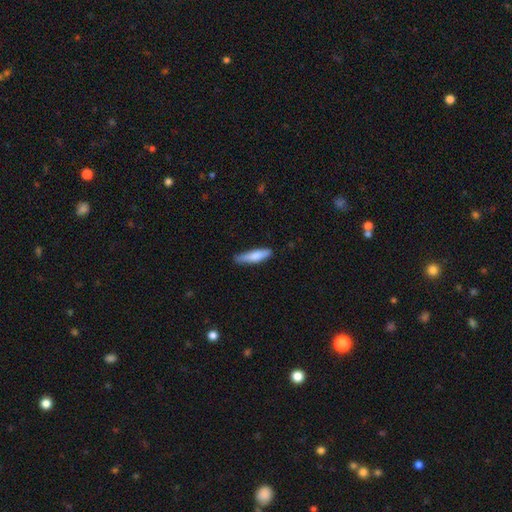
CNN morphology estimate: Smooth or featured?
  - smooth: 78% *
  - featured or disk: 17%
  - star or artifact: 6%
How rounded?
  - cigar-shaped: 76% *
  - in between: 23%
  - round: 1%
Merging?
  - none: 75% *
  - minor disturbance: 20%
  - major disturbance: 3%
  - merger: 1%